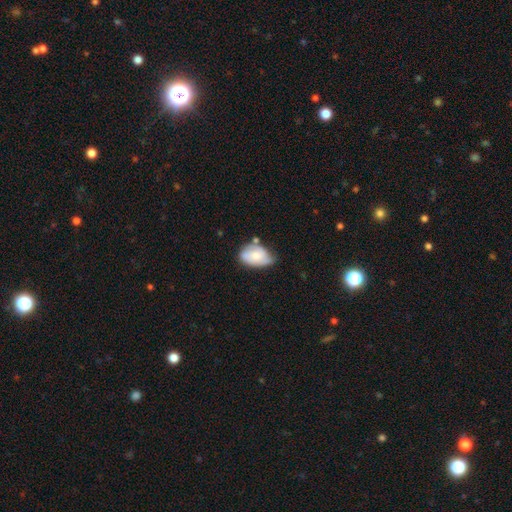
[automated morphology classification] type=smooth (55%); roundness=in between (87%); merging=none (40%, tied with minor disturbance).